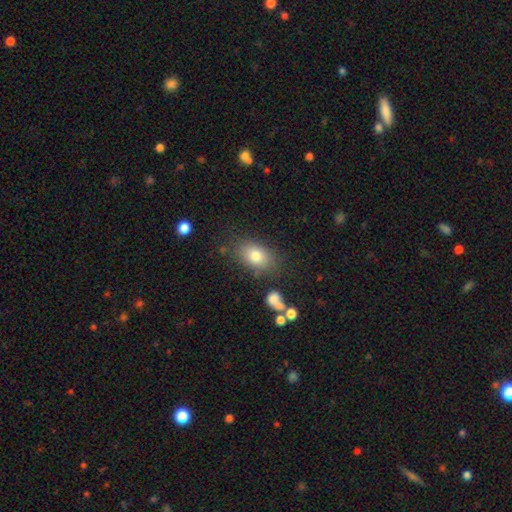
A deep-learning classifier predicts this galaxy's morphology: smooth_or_featured: smooth (p=0.78) [alt: featured or disk p=0.12]
how_rounded: in between (p=0.82) [alt: round p=0.16]
merging: none (p=0.75) [alt: minor disturbance p=0.15]